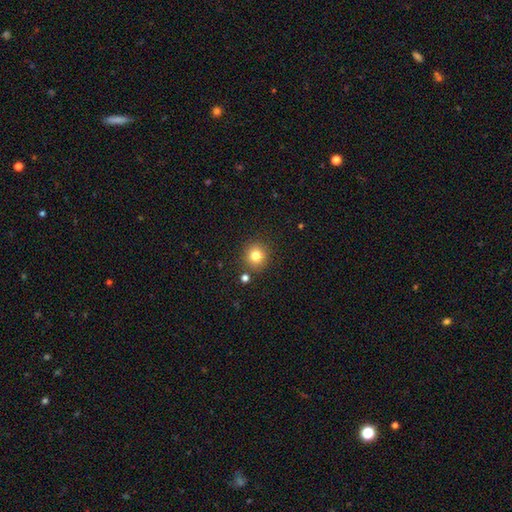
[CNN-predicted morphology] A smooth galaxy with no disk features (81%) that is round (91%). Merging: none (86%).